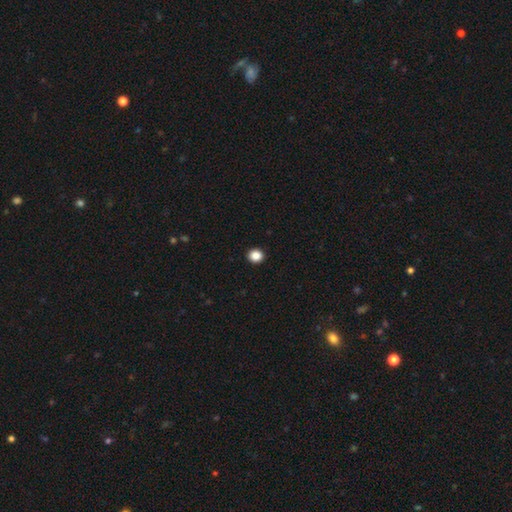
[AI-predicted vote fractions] Smooth or featured? Predicted: smooth (p=0.87). How rounded? Predicted: round (p=0.87). Merging? Predicted: none (p=0.94).